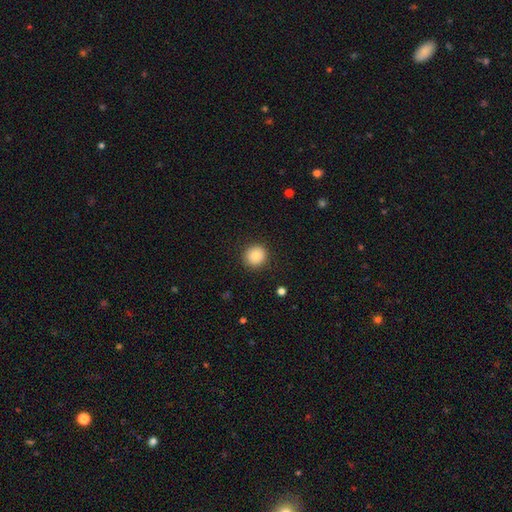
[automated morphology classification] Smooth or featured?
  - smooth: 86% *
  - star or artifact: 9%
  - featured or disk: 5%
How rounded?
  - round: 91% *
  - in between: 8%
  - cigar-shaped: 1%
Merging?
  - none: 90% *
  - minor disturbance: 7%
  - major disturbance: 2%
  - merger: 1%